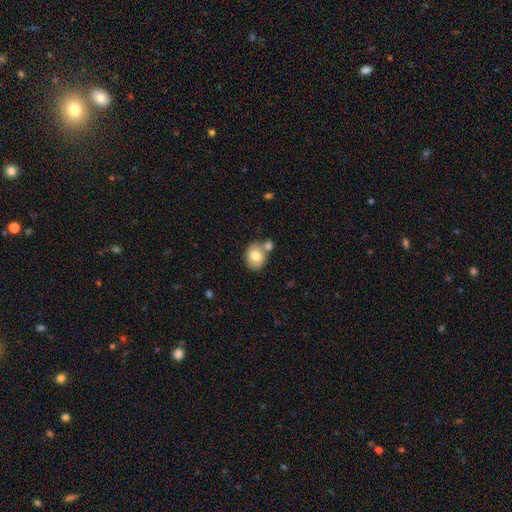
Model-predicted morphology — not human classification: A smooth galaxy with no disk features (75%) that is round (53%).

Vote fractions:
- Smooth or featured? smooth: 75% / featured or disk: 17% / star or artifact: 8%
- How rounded? round: 53% / in between: 46% / cigar-shaped: 1%
- Merging? none: 56% / merger: 28% / minor disturbance: 13% / major disturbance: 3%